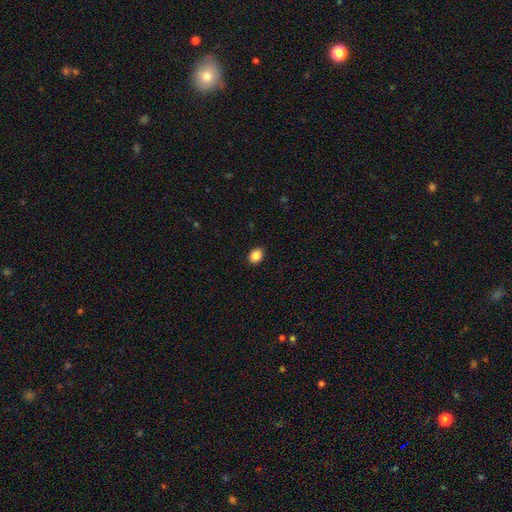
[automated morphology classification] Q: Smooth or featured?
A: smooth (87%); runner-up: star or artifact (9%)
Q: How rounded?
A: in between (64%); runner-up: round (35%)
Q: Merging?
A: none (88%); runner-up: minor disturbance (9%)